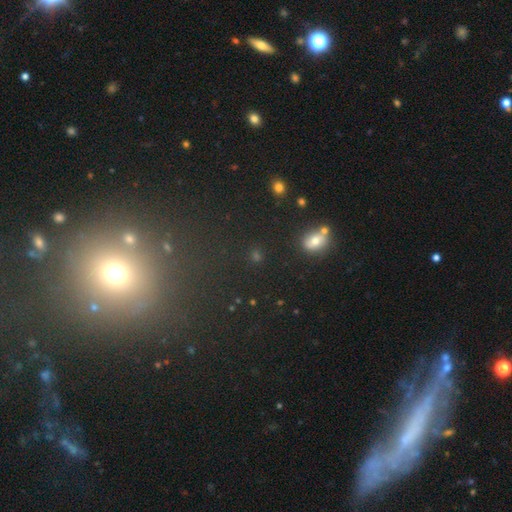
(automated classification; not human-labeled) smooth-or-featured: smooth: 56% | star or artifact: 33% | featured or disk: 10%
  how-rounded: round: 66% | in between: 31% | cigar-shaped: 3%
  merging: none: 73% | merger: 11% | minor disturbance: 11% | major disturbance: 5%